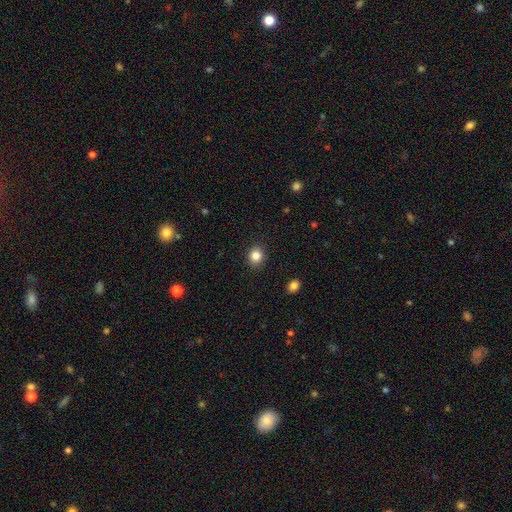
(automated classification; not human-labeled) Smooth or featured?
  - smooth: 84% *
  - star or artifact: 11%
  - featured or disk: 6%
How rounded?
  - round: 68% *
  - in between: 31%
  - cigar-shaped: 1%
Merging?
  - none: 90% *
  - minor disturbance: 7%
  - major disturbance: 2%
  - merger: 1%